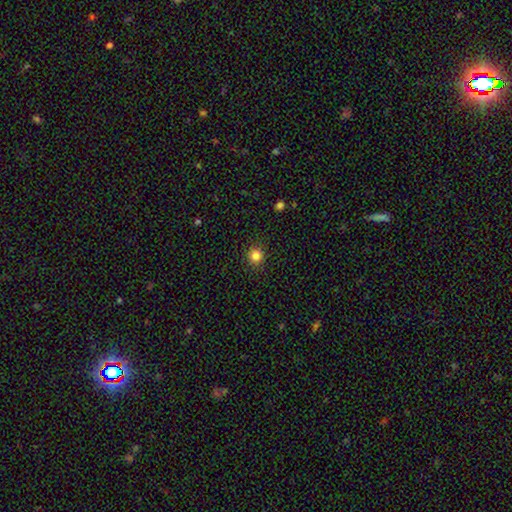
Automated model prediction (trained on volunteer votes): Q: Smooth or featured?
A: smooth (84%); runner-up: star or artifact (12%)
Q: How rounded?
A: round (93%); runner-up: in between (6%)
Q: Merging?
A: none (91%); runner-up: minor disturbance (6%)